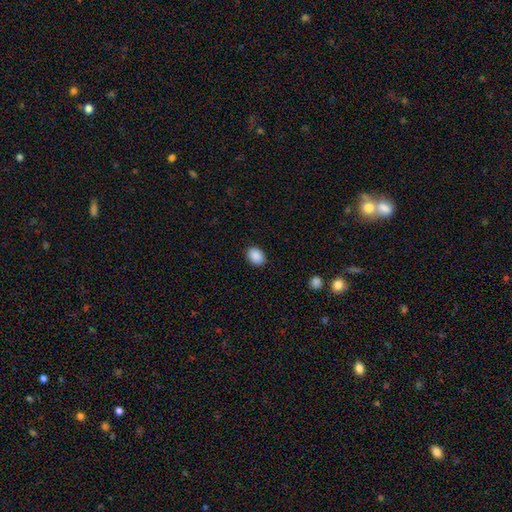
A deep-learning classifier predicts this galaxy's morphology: smooth_or_featured: smooth (p=0.90) [alt: star or artifact p=0.08]
how_rounded: in between (p=0.71) [alt: round p=0.28]
merging: none (p=0.89) [alt: minor disturbance p=0.08]